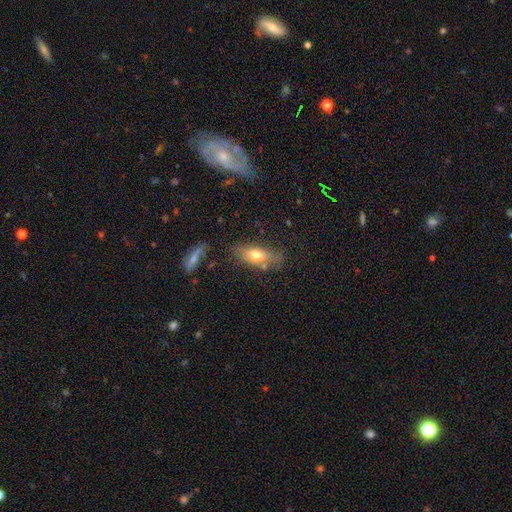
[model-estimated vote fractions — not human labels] Smooth or featured? Predicted: smooth (p=0.63). How rounded? Predicted: in between (p=0.74). Merging? Predicted: none (p=0.68).